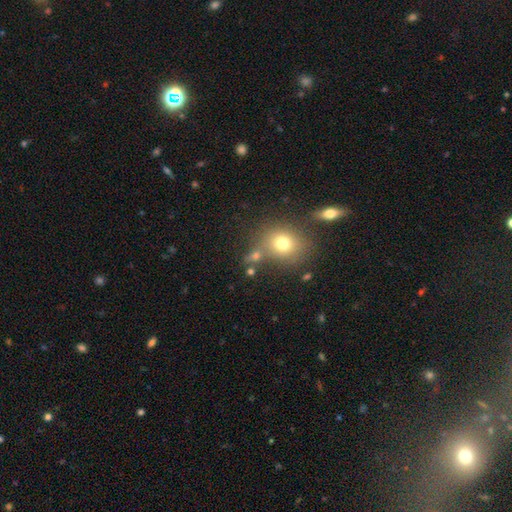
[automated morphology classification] type=smooth (68%); roundness=round (71%); merging=none (70%).